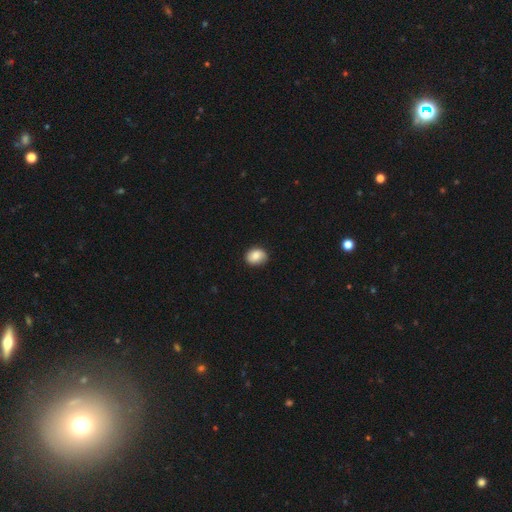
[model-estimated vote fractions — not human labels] Smooth or featured?
  - smooth: 82% *
  - featured or disk: 10%
  - star or artifact: 8%
How rounded?
  - in between: 50% *
  - round: 49%
  - cigar-shaped: 1%
Merging?
  - none: 82% *
  - minor disturbance: 14%
  - major disturbance: 3%
  - merger: 1%